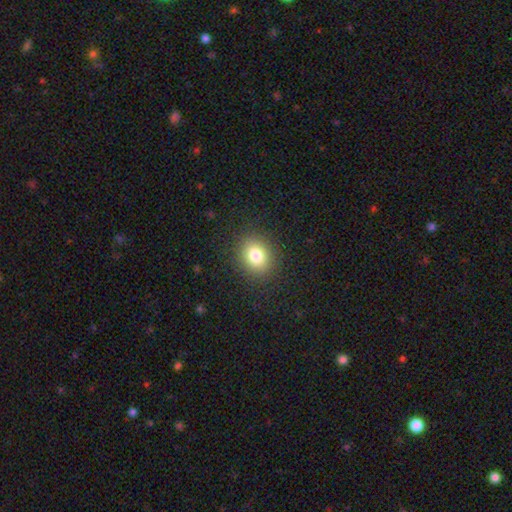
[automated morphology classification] The model was most divided on "how rounded": round: 56%, in between: 43%, cigar-shaped: 1%. More confident: merging — none (88%); smooth or featured — smooth (81%).